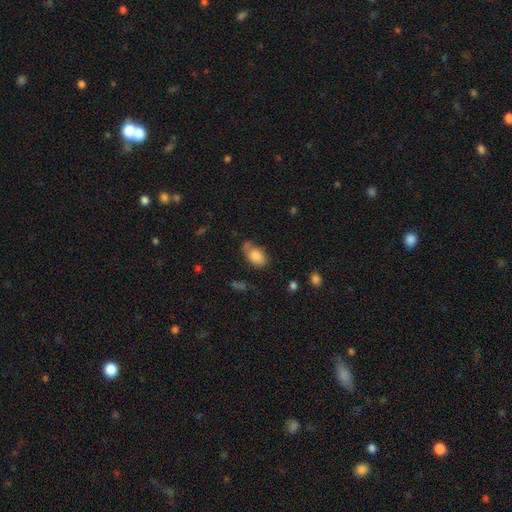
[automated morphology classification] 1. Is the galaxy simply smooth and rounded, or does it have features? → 82% smooth, 10% featured or disk, 8% star or artifact.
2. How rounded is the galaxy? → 88% in between, 10% round, 2% cigar-shaped.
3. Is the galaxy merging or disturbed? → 53% none, 27% minor disturbance, 11% merger, 9% major disturbance.